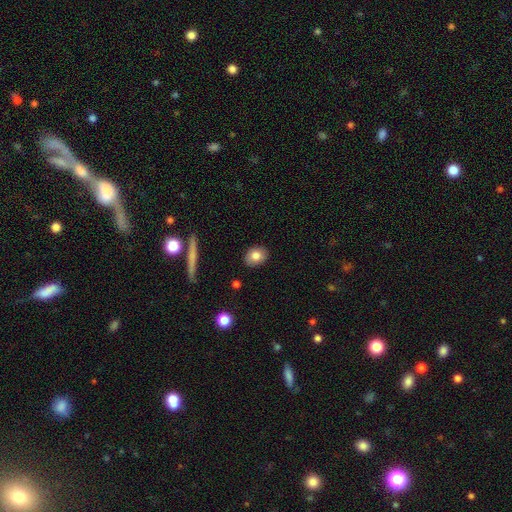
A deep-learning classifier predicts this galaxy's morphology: Overall: smooth (82%). How rounded: in between (64%; round 34%). Merging: none (88%).